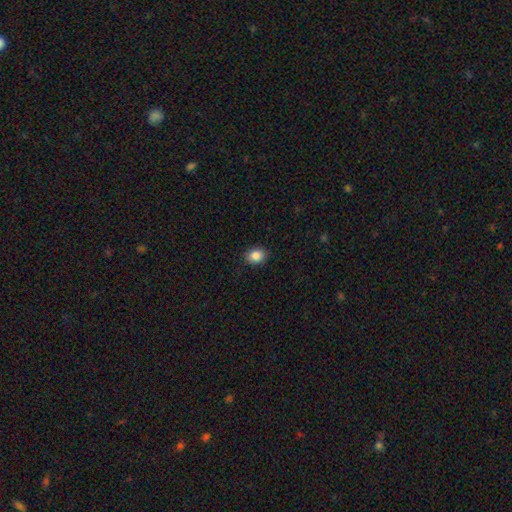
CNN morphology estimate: type=smooth (87%); roundness=in between (52%); merging=none (88%).